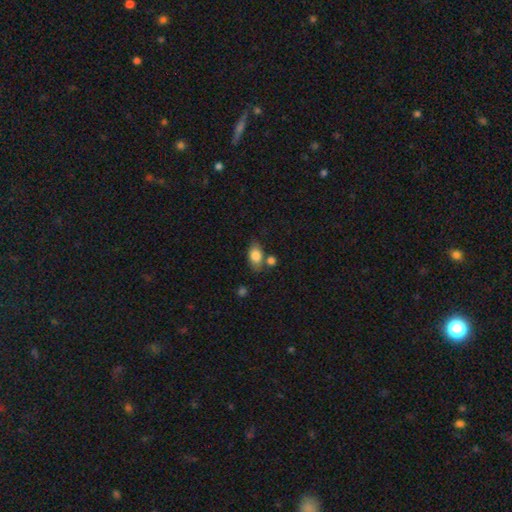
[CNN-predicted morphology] Overall: smooth (81%). How rounded: in between (85%). Merging: none (62%).